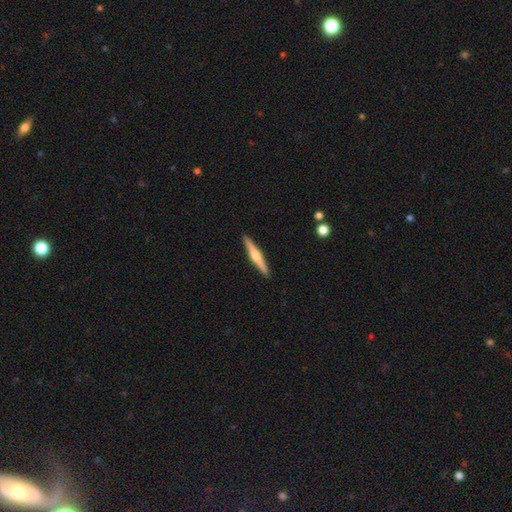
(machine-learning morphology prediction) Smooth or featured: featured or disk — 63% (smooth — 32%)
Edge-on disk: yes — 98% (no — 2%)
Edge-on bulge: rounded — 84% (boxy — 9%)
Merging: none — 92% (minor disturbance — 6%)